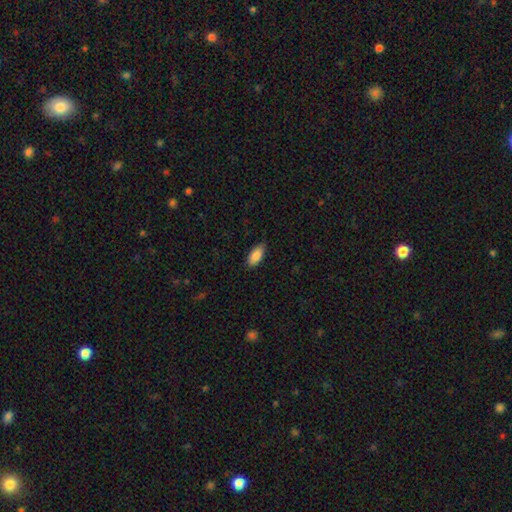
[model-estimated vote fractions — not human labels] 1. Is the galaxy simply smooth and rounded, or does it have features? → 87% smooth, 7% featured or disk, 6% star or artifact.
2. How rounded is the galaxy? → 91% in between, 7% cigar-shaped, 2% round.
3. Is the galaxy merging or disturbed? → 82% none, 15% minor disturbance, 2% major disturbance, 1% merger.